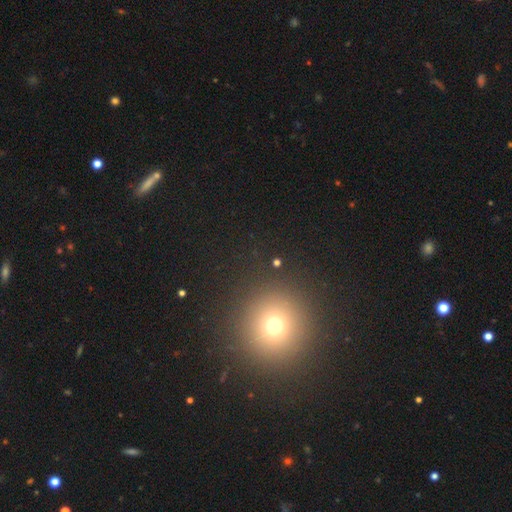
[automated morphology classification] A smooth galaxy with no disk features (60%) that is round (94%). Merging: none (92%).